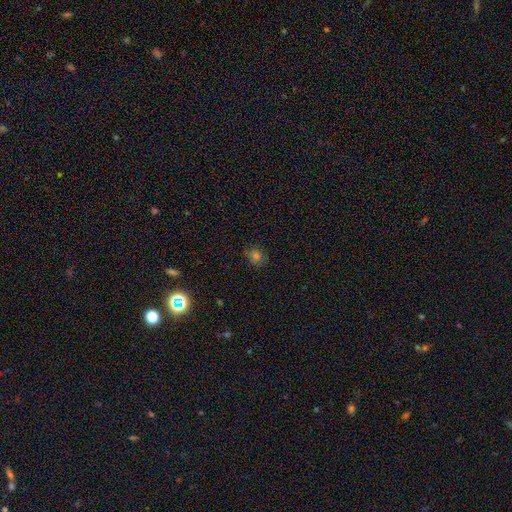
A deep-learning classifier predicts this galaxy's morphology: Smooth or featured?
  - smooth: 68% *
  - star or artifact: 25%
  - featured or disk: 8%
How rounded?
  - round: 77% *
  - in between: 22%
  - cigar-shaped: 1%
Merging?
  - none: 83% *
  - minor disturbance: 12%
  - major disturbance: 3%
  - merger: 1%